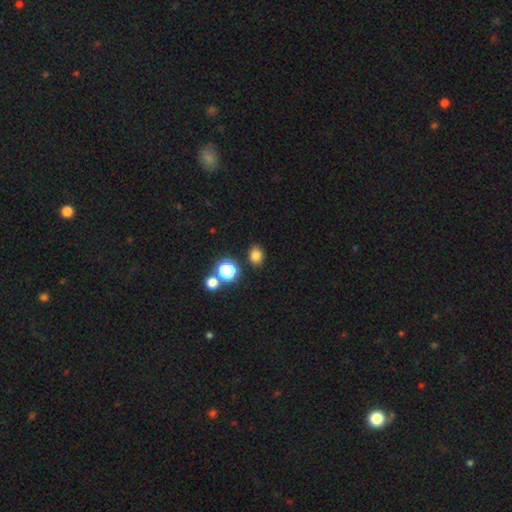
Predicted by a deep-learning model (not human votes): Smooth or featured? smooth (78%)
How rounded? round (54%)
Merging? none (85%)